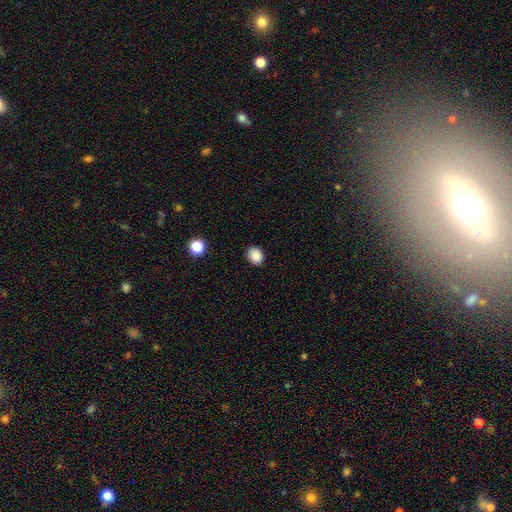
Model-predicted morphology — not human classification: Q: Smooth or featured?
A: smooth (88%); runner-up: star or artifact (9%)
Q: How rounded?
A: round (51%); runner-up: in between (48%)
Q: Merging?
A: none (88%); runner-up: minor disturbance (8%)